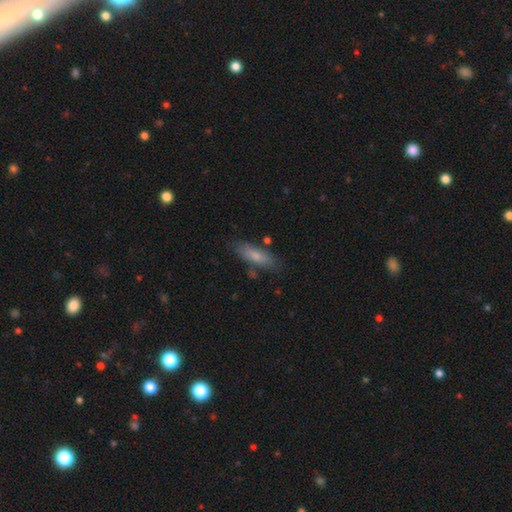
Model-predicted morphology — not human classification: This appears to be a smooth galaxy with no disk features (71%) that is in between round and cigar-shaped (49%, tied with cigar-shaped). Merging: none (76%).